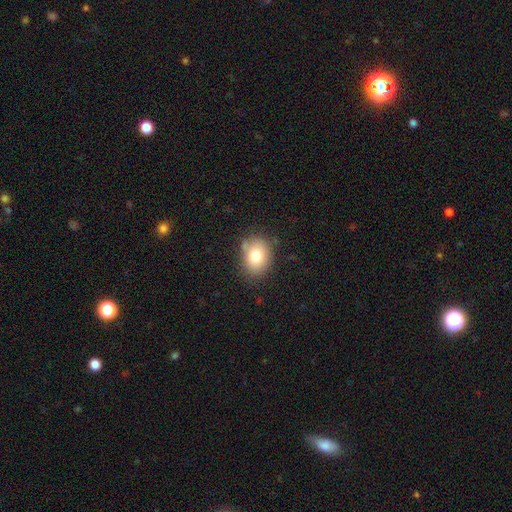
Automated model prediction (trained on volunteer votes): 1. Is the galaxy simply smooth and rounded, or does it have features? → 78% smooth, 12% featured or disk, 10% star or artifact.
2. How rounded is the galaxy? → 53% in between, 46% round, 1% cigar-shaped.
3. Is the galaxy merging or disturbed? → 77% none, 16% minor disturbance, 4% major disturbance, 3% merger.